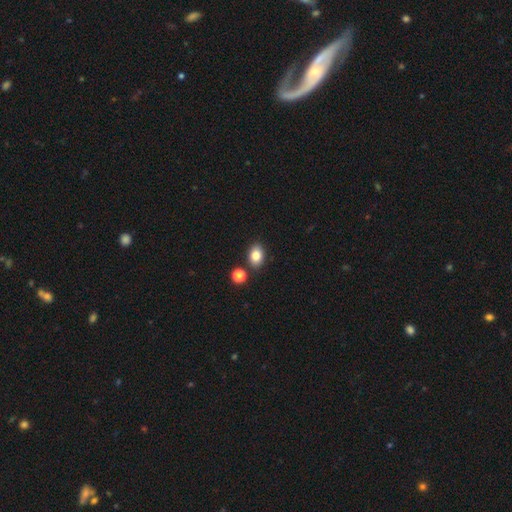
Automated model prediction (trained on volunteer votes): smooth_or_featured: smooth (p=0.83) [alt: star or artifact p=0.09]
how_rounded: in between (p=0.77) [alt: round p=0.22]
merging: none (p=0.80) [alt: minor disturbance p=0.09]